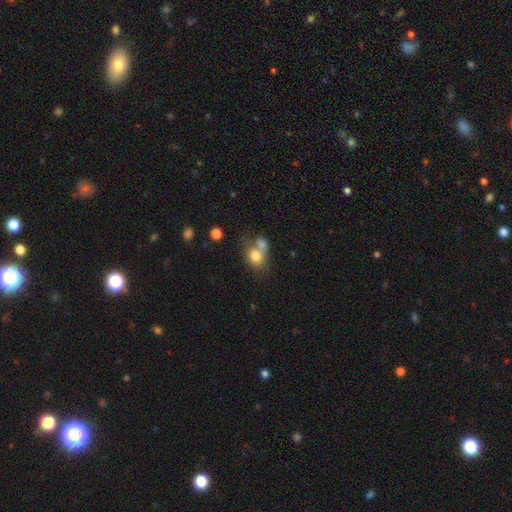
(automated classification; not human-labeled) A smooth galaxy with no disk features (75%) that is round (52%). Merging: merger (54%).